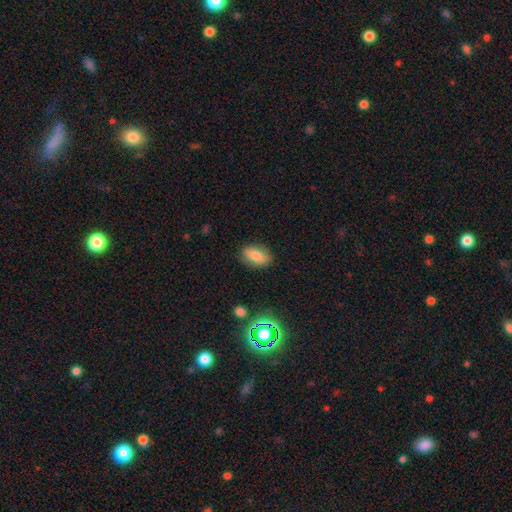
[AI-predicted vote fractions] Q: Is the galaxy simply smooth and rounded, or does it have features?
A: smooth — 77%.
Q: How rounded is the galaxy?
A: in between — 87%.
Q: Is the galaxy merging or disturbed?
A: none — 83%.